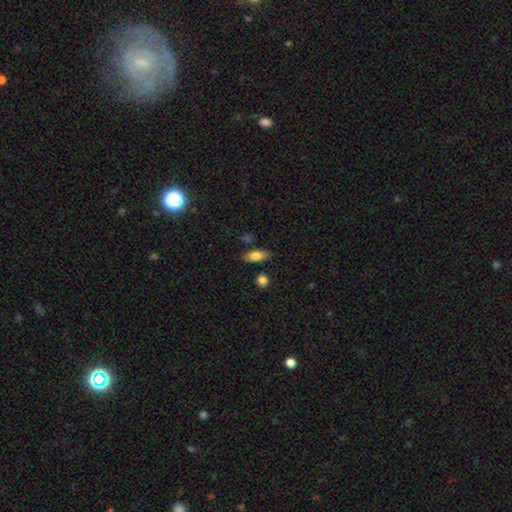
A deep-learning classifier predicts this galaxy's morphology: Smooth or featured? smooth (79%)
How rounded? in between (85%)
Merging? none (79%)